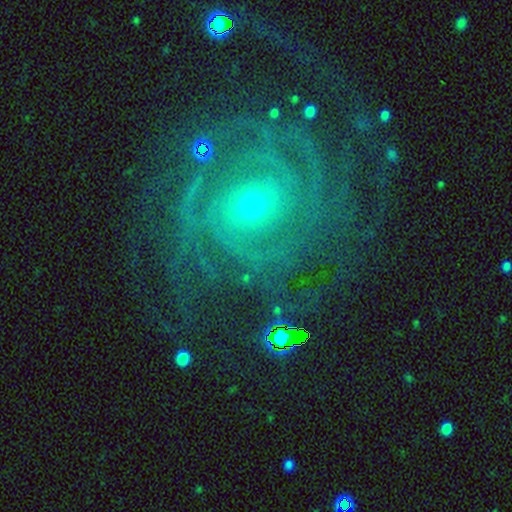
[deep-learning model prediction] featured or disk 87%, star or artifact 8%, smooth 5%. Down the decision tree: edge-on disk — no (97%); bar — weak (48%); spiral arms — yes (97%); spiral arm count — can't tell (30%); spiral winding — tight (72%); bulge size — small (73%); merging — none (72%).